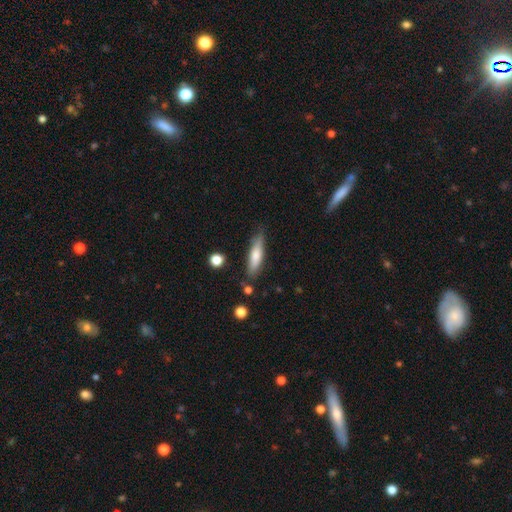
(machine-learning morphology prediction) Smooth or featured? smooth (72%)
How rounded? cigar-shaped (68%)
Merging? none (77%)